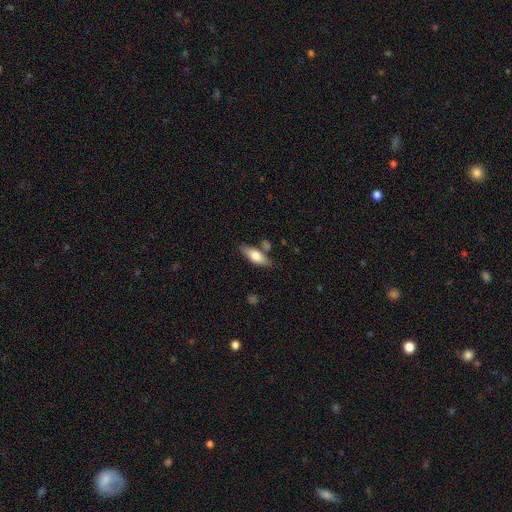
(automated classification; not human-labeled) smooth_or_featured: smooth (p=0.65) [alt: featured or disk p=0.29]
how_rounded: in between (p=0.63) [alt: cigar-shaped p=0.34]
merging: none (p=0.68) [alt: minor disturbance p=0.16]